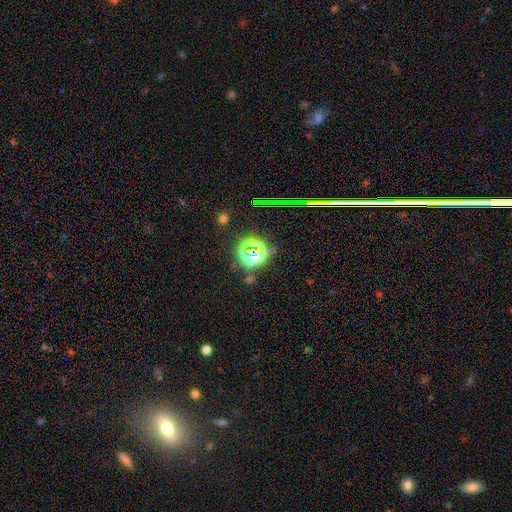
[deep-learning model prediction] Smooth or featured?
  - star or artifact: 70% *
  - smooth: 21%
  - featured or disk: 9%